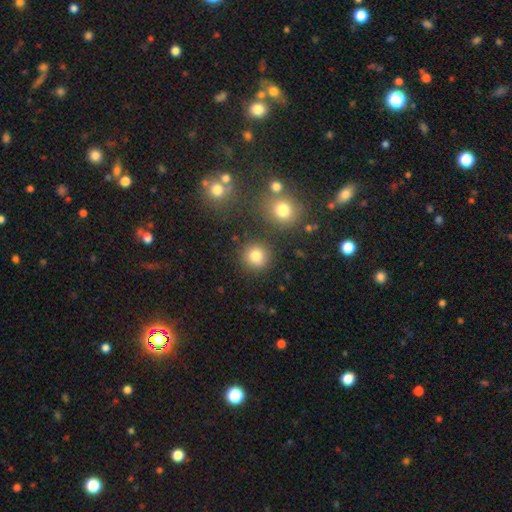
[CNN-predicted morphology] Smooth or featured?
  - smooth: 81% *
  - star or artifact: 13%
  - featured or disk: 6%
How rounded?
  - round: 91% *
  - in between: 8%
  - cigar-shaped: 1%
Merging?
  - none: 84% *
  - minor disturbance: 7%
  - merger: 5%
  - major disturbance: 3%